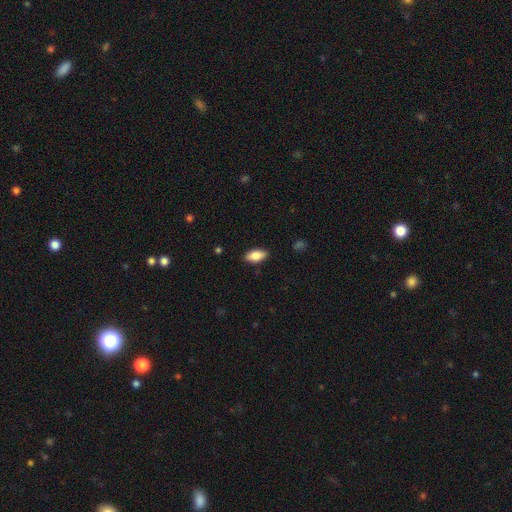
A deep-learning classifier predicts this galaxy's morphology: type=smooth (81%); roundness=in between (87%); merging=none (88%).